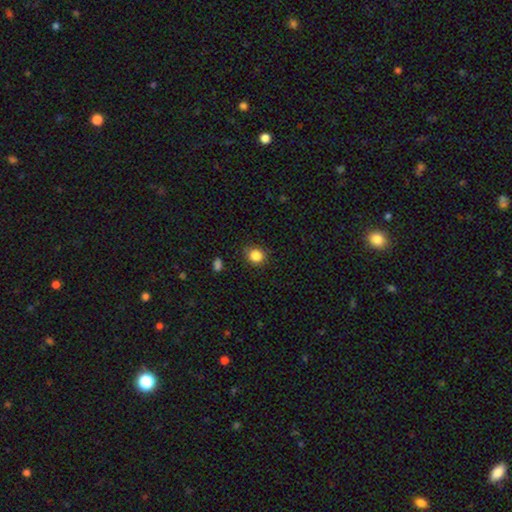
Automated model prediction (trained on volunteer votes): smooth-or-featured: smooth: 85% | star or artifact: 11% | featured or disk: 4%
  how-rounded: round: 79% | in between: 20% | cigar-shaped: 1%
  merging: none: 86% | minor disturbance: 10% | major disturbance: 3% | merger: 1%